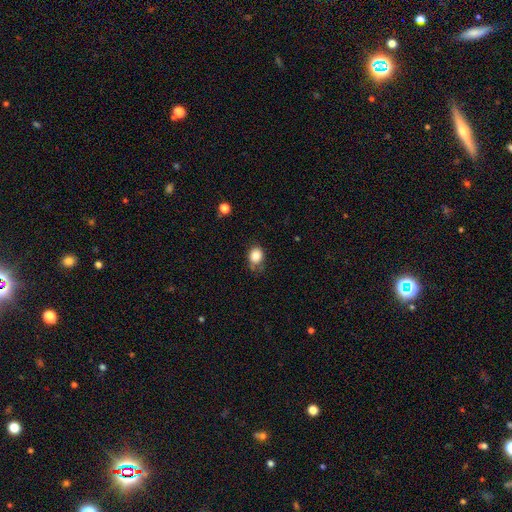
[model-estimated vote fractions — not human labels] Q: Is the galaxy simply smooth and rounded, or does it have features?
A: smooth — 83%.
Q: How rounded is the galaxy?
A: round — 58%.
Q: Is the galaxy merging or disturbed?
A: none — 62%.